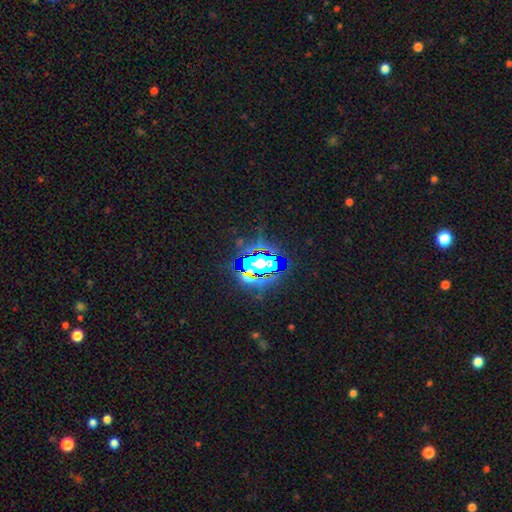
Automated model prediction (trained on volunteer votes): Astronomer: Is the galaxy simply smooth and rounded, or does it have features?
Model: star or artifact — 77%.